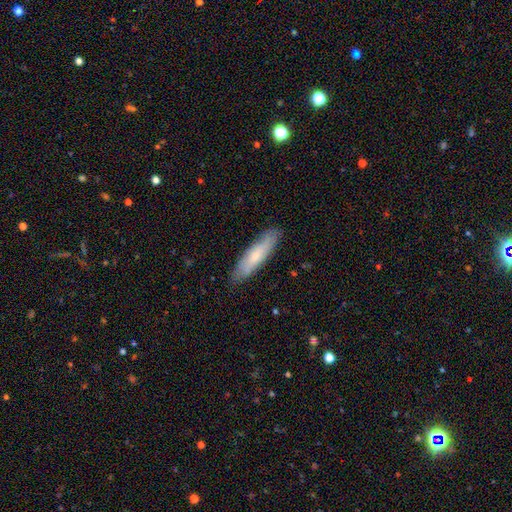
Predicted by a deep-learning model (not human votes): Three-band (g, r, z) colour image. It shows a smooth galaxy with no disk features (63%) that is cigar-shaped (77%). Merging: none (85%).